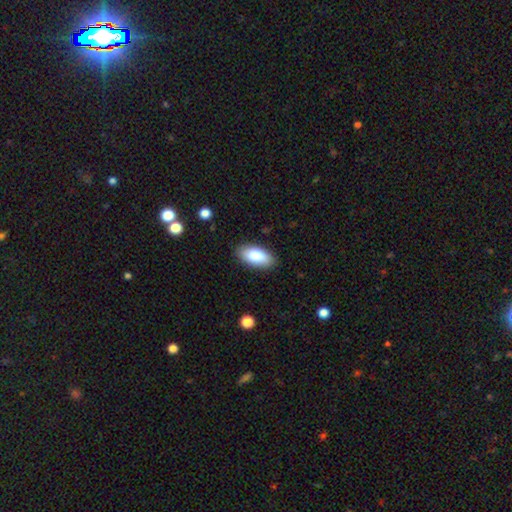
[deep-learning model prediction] Q: Smooth or featured?
A: smooth (85%); runner-up: featured or disk (9%)
Q: How rounded?
A: in between (91%); runner-up: cigar-shaped (7%)
Q: Merging?
A: none (87%); runner-up: minor disturbance (10%)